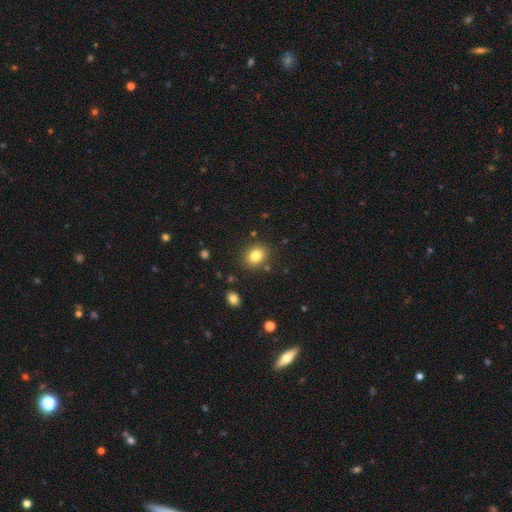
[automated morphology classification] smooth_or_featured: smooth (p=0.82) [alt: star or artifact p=0.11]
how_rounded: round (p=0.52) [alt: in between p=0.47]
merging: none (p=0.84) [alt: minor disturbance p=0.10]